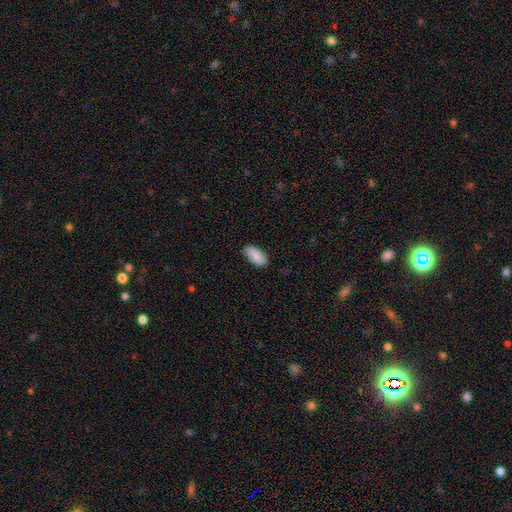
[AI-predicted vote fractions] smooth 82%, featured or disk 11%, star or artifact 6%. Down the decision tree: how rounded — in between (93%); merging — none (81%).